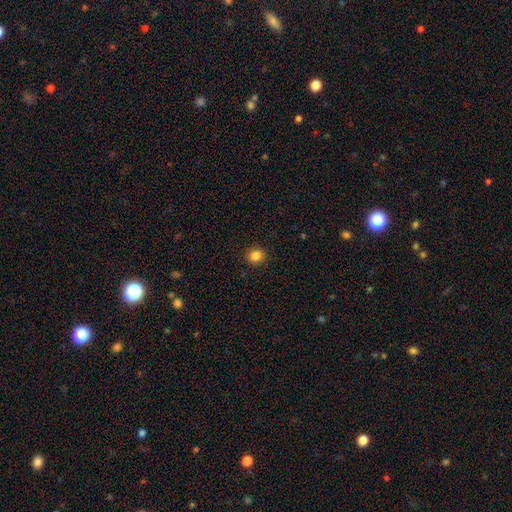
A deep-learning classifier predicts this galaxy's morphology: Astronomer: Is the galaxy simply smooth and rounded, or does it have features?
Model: smooth — 85%.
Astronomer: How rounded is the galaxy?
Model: round — 88%.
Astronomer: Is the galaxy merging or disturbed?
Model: none — 92%.